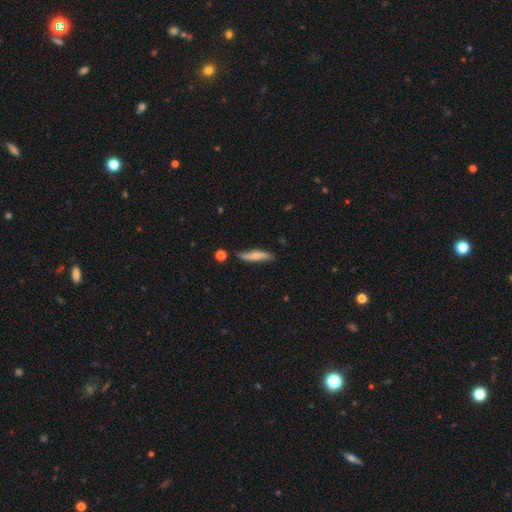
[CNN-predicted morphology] smooth-or-featured: smooth: 59% | featured or disk: 35% | star or artifact: 6%
  how-rounded: cigar-shaped: 81% | in between: 16% | round: 2%
  merging: none: 77% | minor disturbance: 17% | merger: 3% | major disturbance: 3%